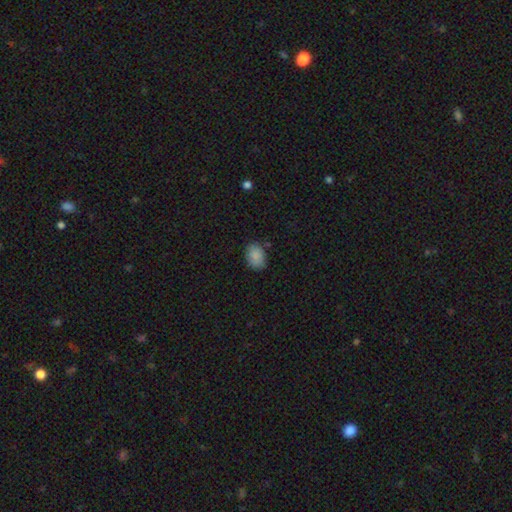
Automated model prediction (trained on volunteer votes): This appears to be a smooth galaxy with no disk features (86%) that is in between round and cigar-shaped (77%). Merging: none (79%).